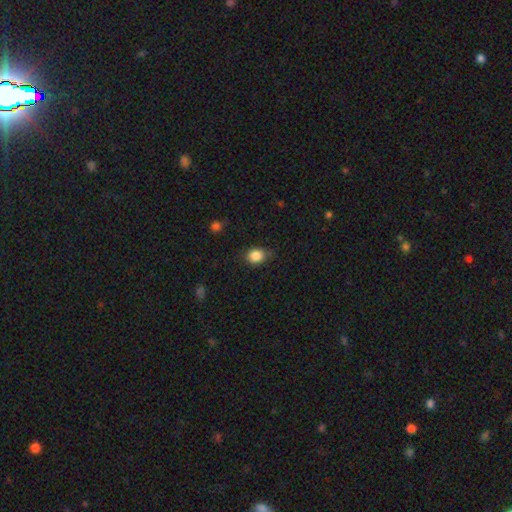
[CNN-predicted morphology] The model was most divided on "how rounded": round: 67%, in between: 32%, cigar-shaped: 1%. More confident: smooth or featured — smooth (85%); merging — none (74%).